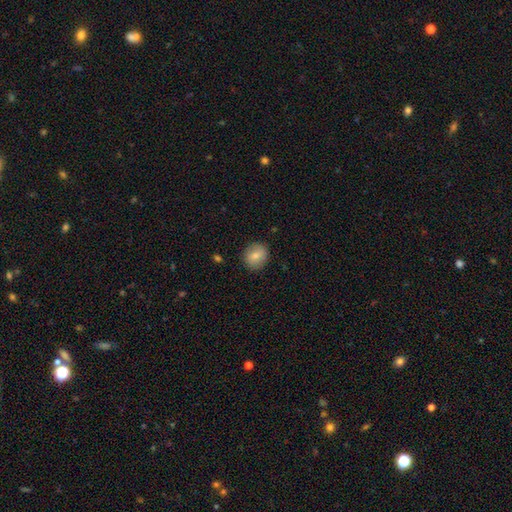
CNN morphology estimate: Smooth or featured?
  - smooth: 77% *
  - featured or disk: 15%
  - star or artifact: 8%
How rounded?
  - round: 79% *
  - in between: 20%
  - cigar-shaped: 1%
Merging?
  - none: 86% *
  - minor disturbance: 10%
  - major disturbance: 3%
  - merger: 1%